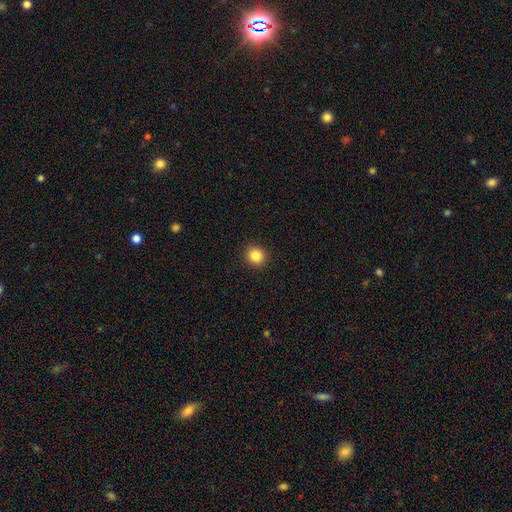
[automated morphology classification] A smooth galaxy with no disk features (85%) that is round (88%).

Vote fractions:
- Smooth or featured? smooth: 85% / star or artifact: 11% / featured or disk: 4%
- How rounded? round: 88% / in between: 11% / cigar-shaped: 1%
- Merging? none: 92% / minor disturbance: 5% / major disturbance: 2% / merger: 1%